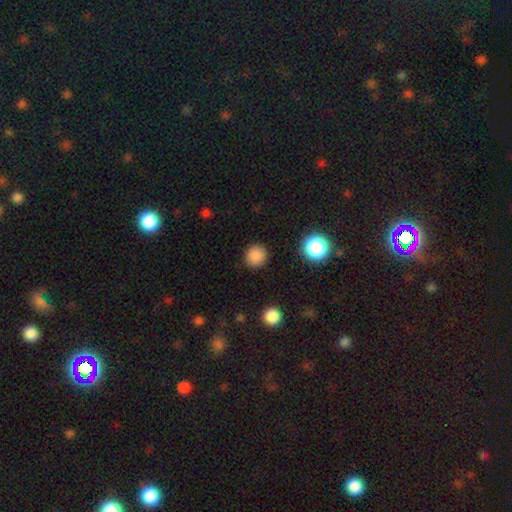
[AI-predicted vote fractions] Smooth or featured? smooth (85%)
How rounded? round (92%)
Merging? none (90%)